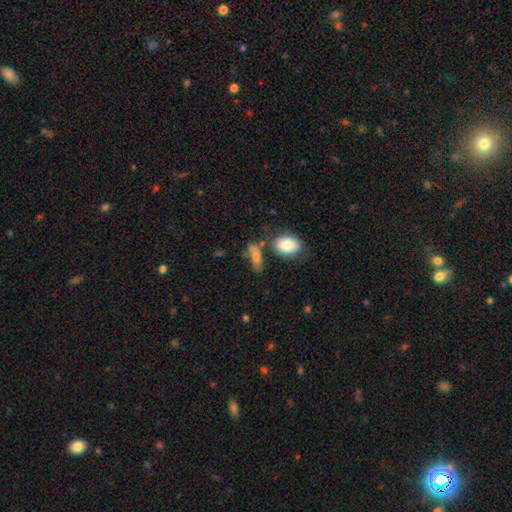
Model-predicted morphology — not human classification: Overall: smooth (69%). How rounded: in between (71%). Merging: none (47%; merger 23%).